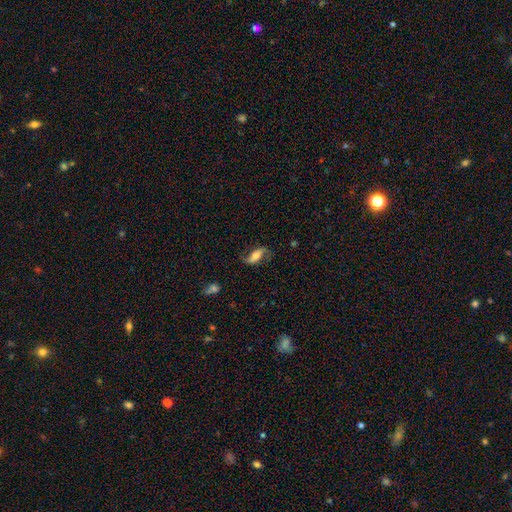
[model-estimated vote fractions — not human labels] The model was most divided on "bar": no: 39%, strong: 31%, weak: 29%. More confident: spiral arms — yes (89%); edge-on disk — no (85%); merging — none (73%); smooth or featured — featured or disk (64%); bulge size — moderate (52%).